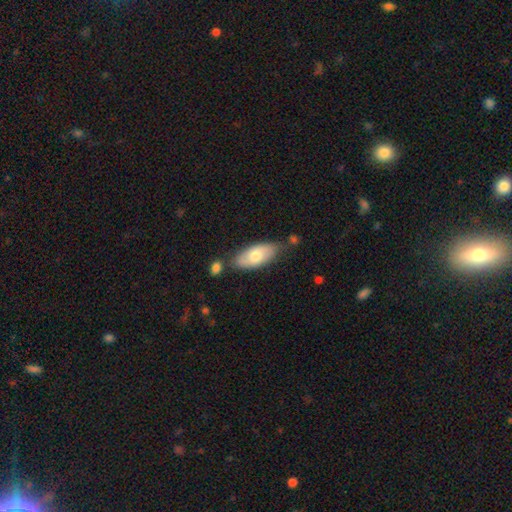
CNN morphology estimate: Overall: smooth (72%). How rounded: in between (87%). Merging: none (67%).